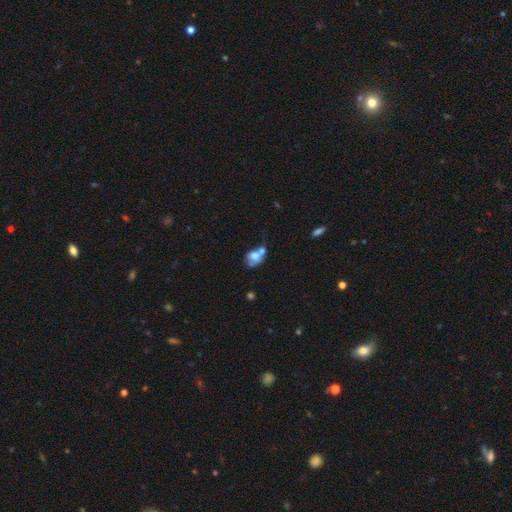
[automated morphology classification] smooth 63%, featured or disk 27%, star or artifact 10%. Down the decision tree: how rounded — in between (67%); merging — merger (50%).